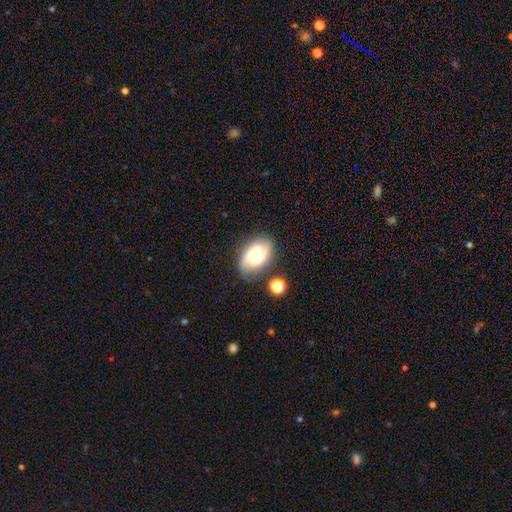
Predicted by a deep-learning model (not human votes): featured or disk 58%, smooth 33%, star or artifact 9%. Down the decision tree: edge-on disk — no (96%); bar — no (56%); spiral arms — yes (91%); spiral arm count — 2 (65%); spiral winding — medium (45%); bulge size — moderate (45%); merging — none (71%).